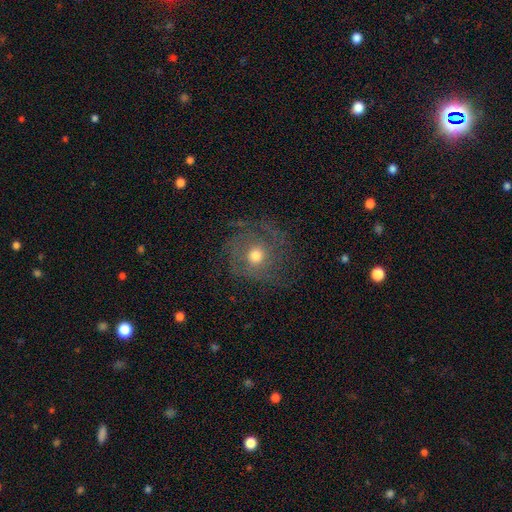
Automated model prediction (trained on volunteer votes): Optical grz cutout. It shows a featured or disk galaxy (58%) with no bar (83%), spiral arms (74%) and a moderate central bulge (73%). Merging: none (71%).